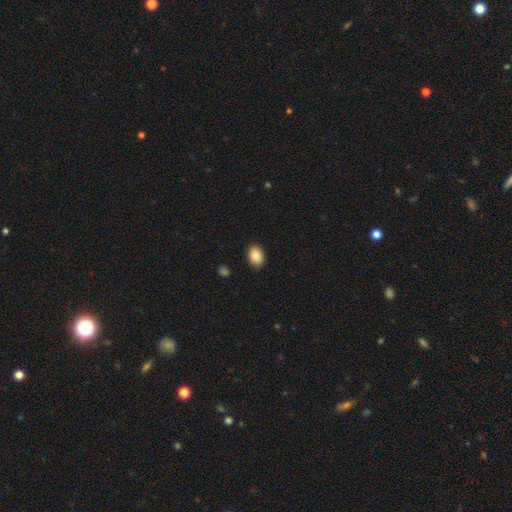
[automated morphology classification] Smooth or featured? Predicted: smooth (p=0.87). How rounded? Predicted: in between (p=0.74). Merging? Predicted: none (p=0.89).